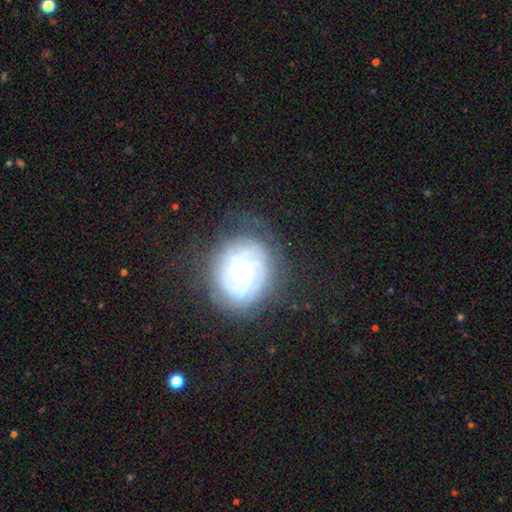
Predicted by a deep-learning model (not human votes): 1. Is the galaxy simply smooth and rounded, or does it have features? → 74% featured or disk, 19% smooth, 7% star or artifact.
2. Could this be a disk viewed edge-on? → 97% no, 3% yes.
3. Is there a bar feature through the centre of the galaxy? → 76% no, 19% weak, 5% strong.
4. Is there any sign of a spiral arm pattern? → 87% yes, 13% no.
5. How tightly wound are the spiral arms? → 71% tight, 22% medium, 7% loose.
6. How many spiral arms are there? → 41% can't tell, 26% 2, 14% 3, 7% 4, 6% 1, 5% more than 4.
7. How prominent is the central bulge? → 57% moderate, 31% small, 8% large, 2% none, 2% dominant.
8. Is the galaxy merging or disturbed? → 69% none, 19% minor disturbance, 10% major disturbance, 2% merger.